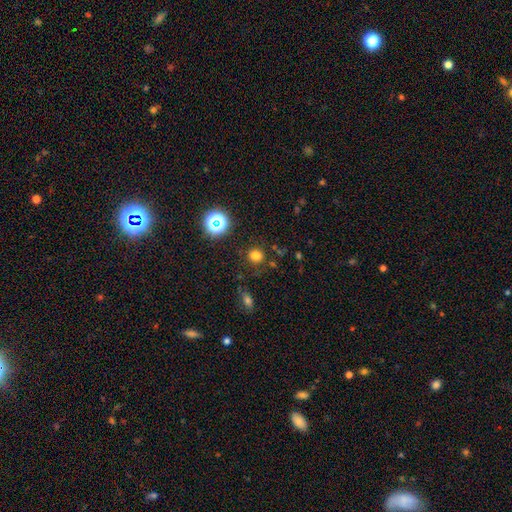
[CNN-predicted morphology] smooth_or_featured: smooth (p=0.73) [alt: star or artifact p=0.21]
how_rounded: round (p=0.77) [alt: in between p=0.22]
merging: none (p=0.79) [alt: minor disturbance p=0.12]